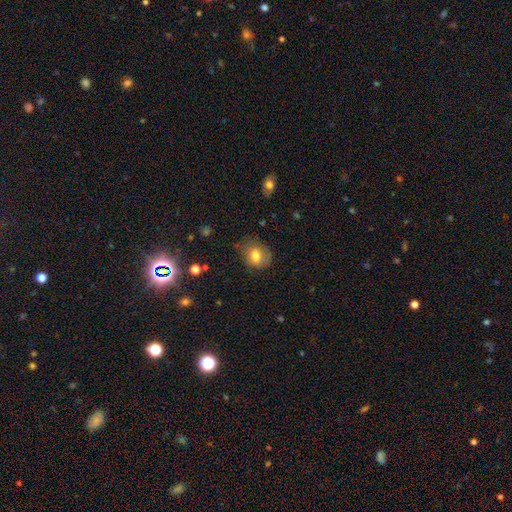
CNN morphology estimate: Smooth or featured: smooth — 76% (featured or disk — 14%)
How rounded: round — 60% (in between — 39%)
Merging: none — 67% (minor disturbance — 24%)